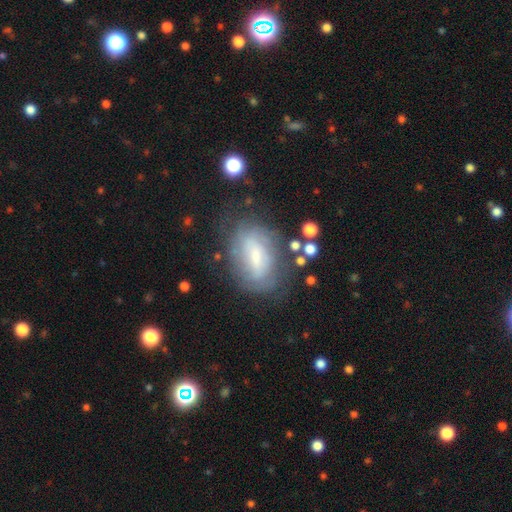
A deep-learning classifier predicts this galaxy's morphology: A featured or disk galaxy (53%). Merging: none (64%).